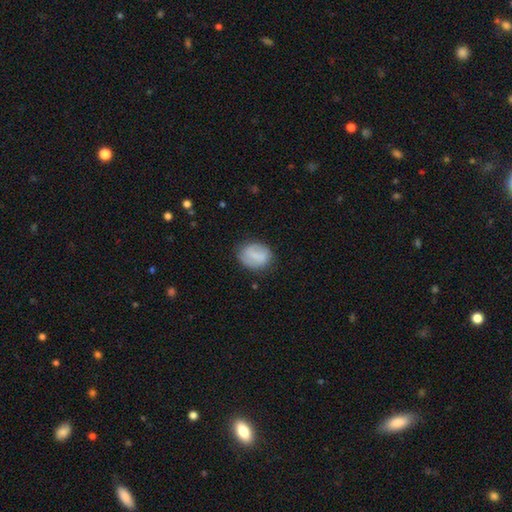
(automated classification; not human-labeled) A smooth galaxy with no disk features (68%) that is in between round and cigar-shaped (51%).

Vote fractions:
- Smooth or featured? smooth: 68% / featured or disk: 24% / star or artifact: 7%
- How rounded? in between: 51% / round: 48% / cigar-shaped: 1%
- Merging? none: 76% / minor disturbance: 17% / major disturbance: 5% / merger: 2%